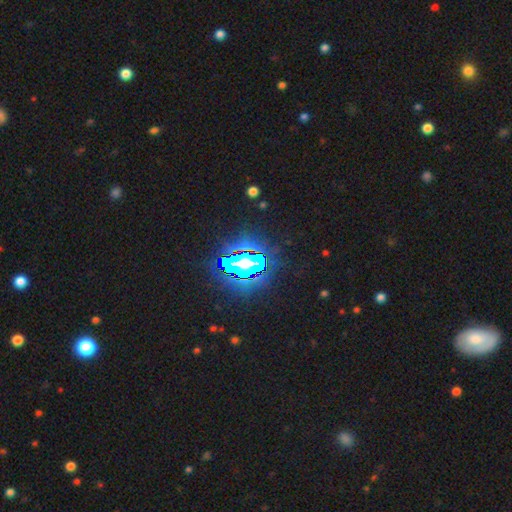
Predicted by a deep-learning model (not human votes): This appears to be a star or artifact, not a galaxy (84%).